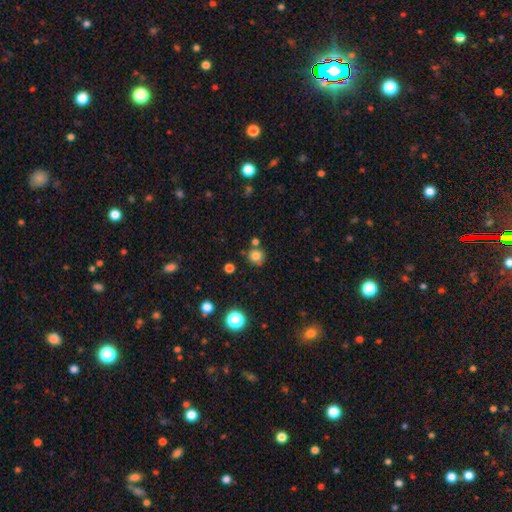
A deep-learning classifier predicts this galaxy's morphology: Overall: smooth (80%). How rounded: round (91%). Merging: none (76%).